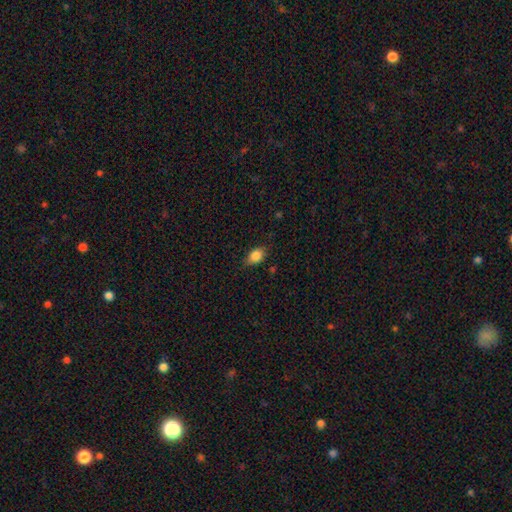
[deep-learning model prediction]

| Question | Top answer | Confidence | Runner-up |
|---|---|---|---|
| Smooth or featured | smooth | 85% | star or artifact (9%) |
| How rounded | in between | 80% | round (18%) |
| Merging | none | 76% | minor disturbance (20%) |